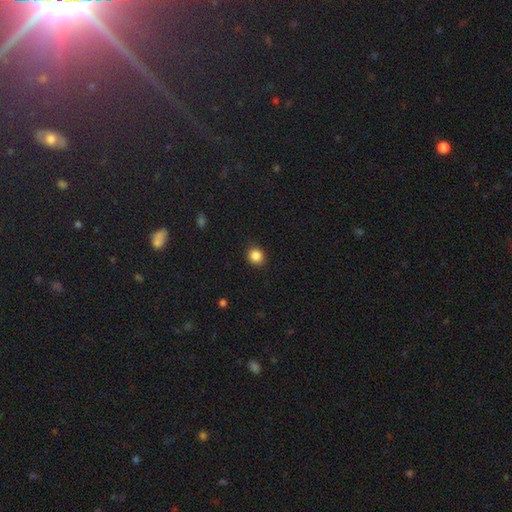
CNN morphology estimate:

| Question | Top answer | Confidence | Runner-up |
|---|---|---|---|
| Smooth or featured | smooth | 86% | star or artifact (10%) |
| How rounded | round | 85% | in between (14%) |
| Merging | none | 89% | minor disturbance (8%) |